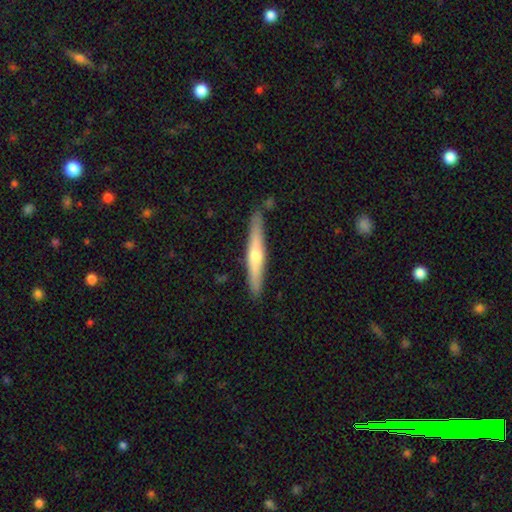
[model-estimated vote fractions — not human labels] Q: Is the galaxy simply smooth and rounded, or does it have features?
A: featured or disk — 59%.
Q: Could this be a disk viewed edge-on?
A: yes — 95%.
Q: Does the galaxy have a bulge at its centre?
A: rounded — 86%.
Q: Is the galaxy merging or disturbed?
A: none — 87%.